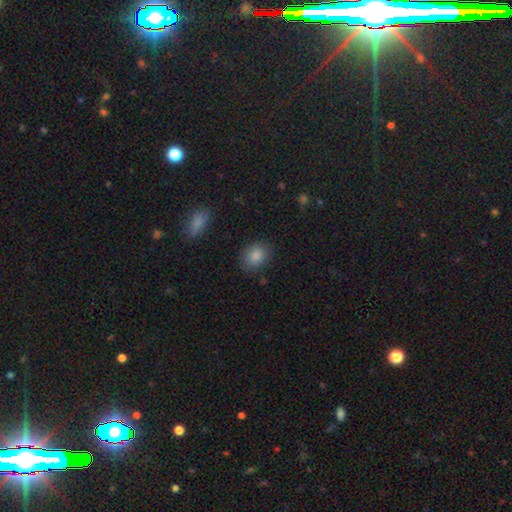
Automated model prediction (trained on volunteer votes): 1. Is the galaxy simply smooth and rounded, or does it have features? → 86% smooth, 8% star or artifact, 6% featured or disk.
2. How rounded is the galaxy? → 61% in between, 38% round, 1% cigar-shaped.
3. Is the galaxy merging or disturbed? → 82% none, 13% minor disturbance, 3% major disturbance, 2% merger.